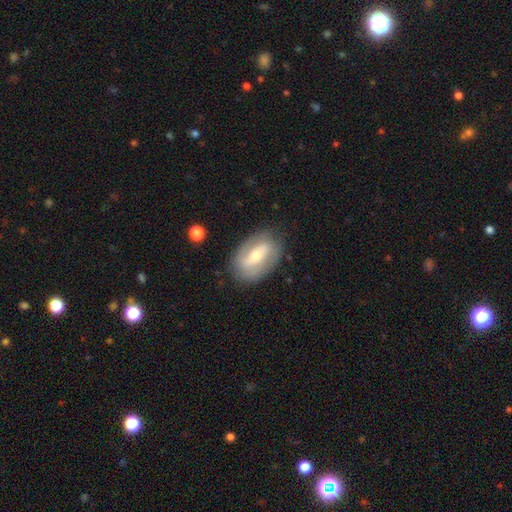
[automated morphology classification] Smooth or featured? Predicted: featured or disk (p=0.68). Edge-on disk? Predicted: no (p=0.92). Bar? Predicted: strong (p=0.47). Spiral arms? Predicted: yes (p=0.68). Bulge size? Predicted: moderate (p=0.57). Merging? Predicted: none (p=0.81).